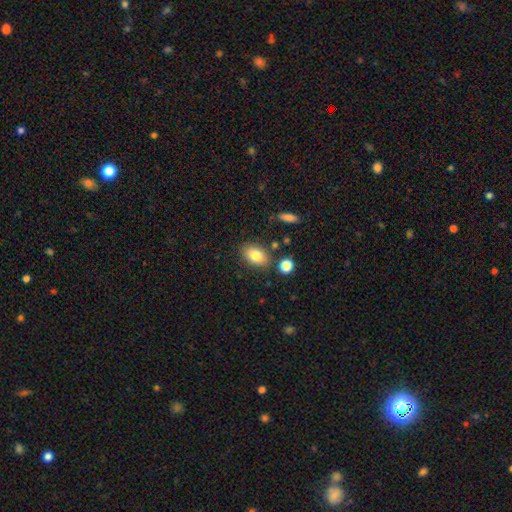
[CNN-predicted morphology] This appears to be a smooth galaxy with no disk features (80%) that is in between round and cigar-shaped (84%). Merging: none (80%).